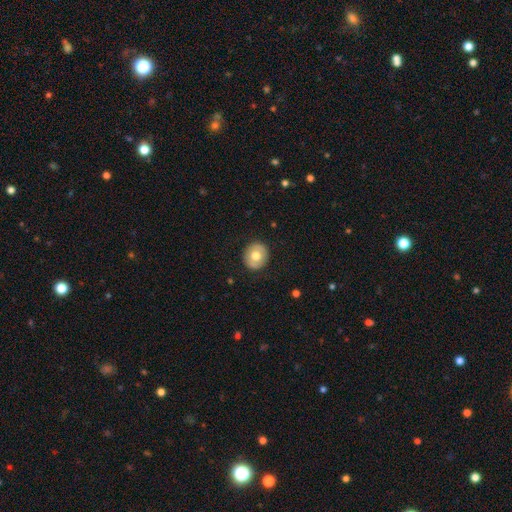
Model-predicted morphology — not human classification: A smooth galaxy with no disk features (67%) that is round (85%). Merging: none (89%).